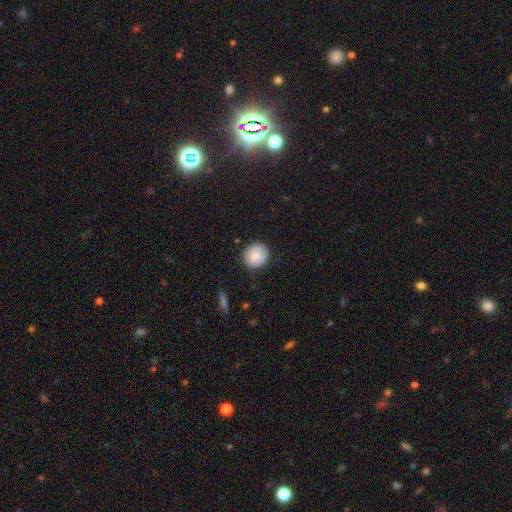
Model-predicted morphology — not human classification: A smooth galaxy with no disk features (79%) that is round (91%). Merging: none (81%).